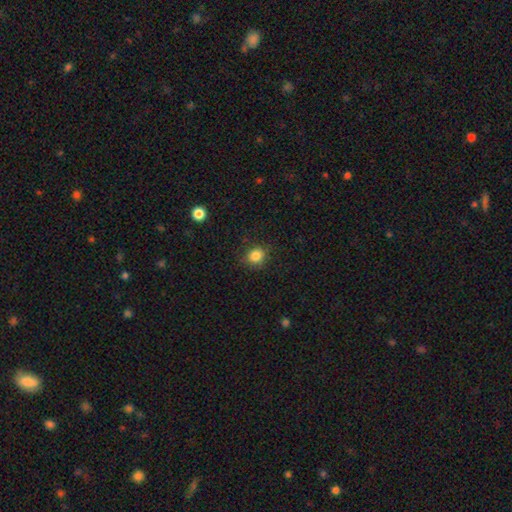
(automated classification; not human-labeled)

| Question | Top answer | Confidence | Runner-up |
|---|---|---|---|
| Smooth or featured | smooth | 84% | star or artifact (11%) |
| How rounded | round | 76% | in between (23%) |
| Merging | none | 83% | minor disturbance (12%) |